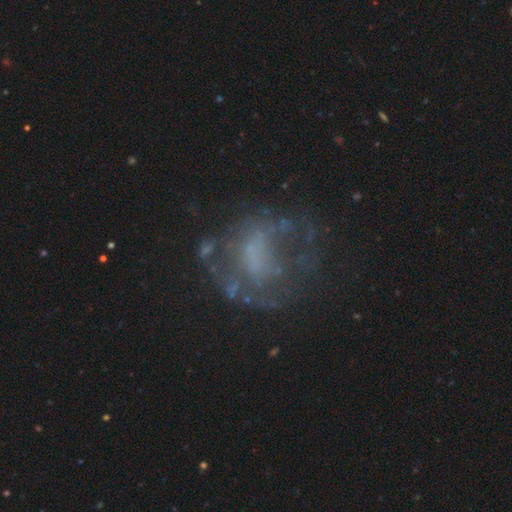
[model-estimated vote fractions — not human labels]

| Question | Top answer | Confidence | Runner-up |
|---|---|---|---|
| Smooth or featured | featured or disk | 61% | smooth (20%) |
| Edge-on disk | no | 97% | yes (3%) |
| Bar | no | 76% | weak (19%) |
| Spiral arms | no | 64% | yes (36%) |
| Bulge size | none | 64% | small (19%) |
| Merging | none | 47% | major disturbance (31%) |